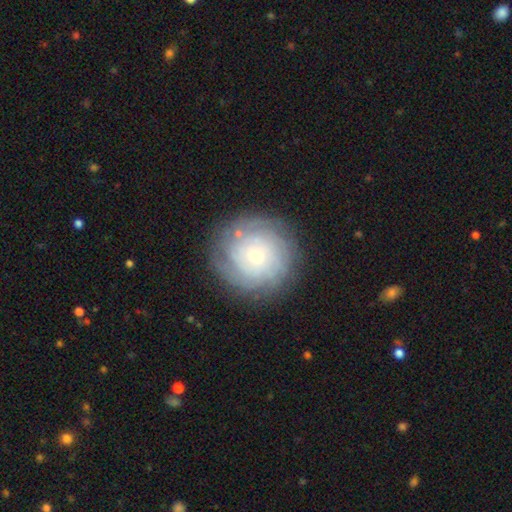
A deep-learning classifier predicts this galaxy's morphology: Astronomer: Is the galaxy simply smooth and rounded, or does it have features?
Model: featured or disk — 68%.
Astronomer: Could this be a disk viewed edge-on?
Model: no — 97%.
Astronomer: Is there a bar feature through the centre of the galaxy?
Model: no — 82%.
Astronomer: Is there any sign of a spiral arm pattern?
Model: yes — 88%.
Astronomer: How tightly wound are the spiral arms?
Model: tight — 80%.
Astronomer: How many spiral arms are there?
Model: can't tell — 48%.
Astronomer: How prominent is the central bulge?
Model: small — 62%.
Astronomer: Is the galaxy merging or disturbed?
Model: none — 83%.